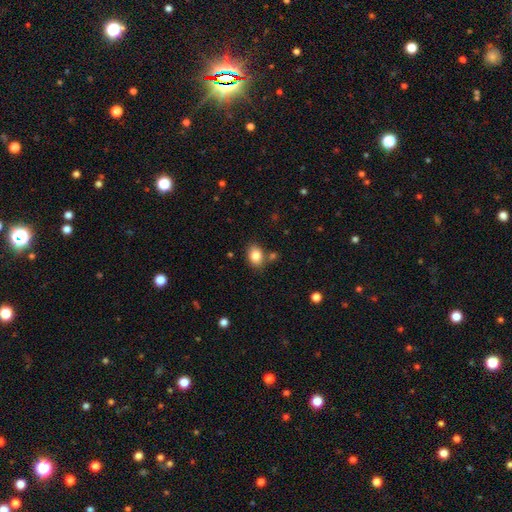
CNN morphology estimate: Q: Smooth or featured?
A: smooth (84%); runner-up: star or artifact (9%)
Q: How rounded?
A: in between (72%); runner-up: round (27%)
Q: Merging?
A: none (75%); runner-up: minor disturbance (13%)